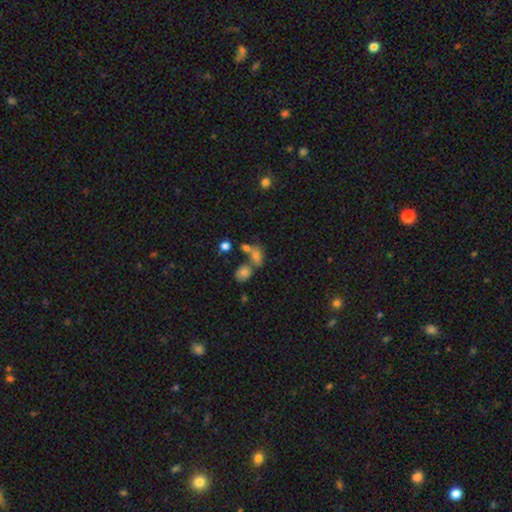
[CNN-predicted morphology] Smooth or featured? Predicted: smooth (p=0.62). How rounded? Predicted: in between (p=0.62). Merging? Predicted: merger (p=0.42).